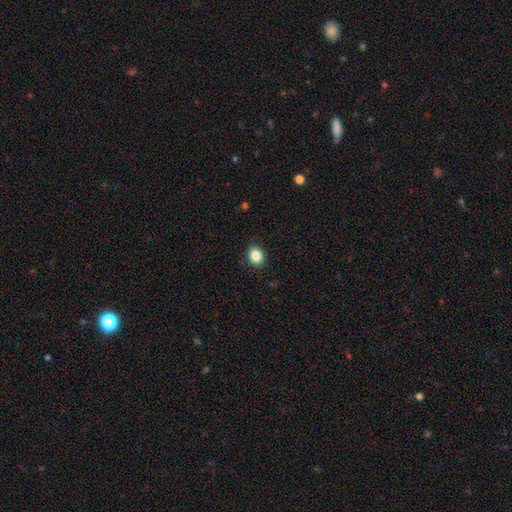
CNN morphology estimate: A smooth galaxy with no disk features (87%) that is in between round and cigar-shaped (54%). Merging: none (90%).